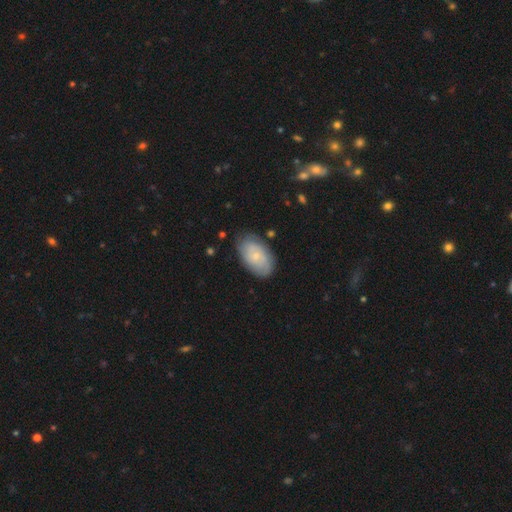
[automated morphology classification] Smooth or featured: smooth — 48% (featured or disk — 45%)
Merging: none — 76% (minor disturbance — 18%)